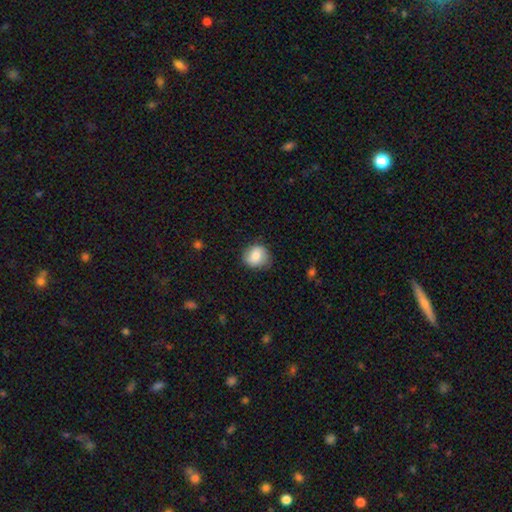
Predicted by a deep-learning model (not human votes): Overall: smooth (78%). How rounded: round (80%). Merging: none (75%).